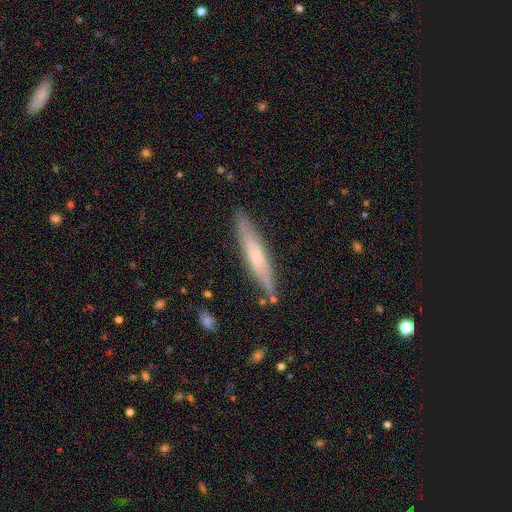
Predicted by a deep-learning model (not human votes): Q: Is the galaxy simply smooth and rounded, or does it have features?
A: featured or disk — 47%.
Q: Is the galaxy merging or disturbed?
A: none — 83%.